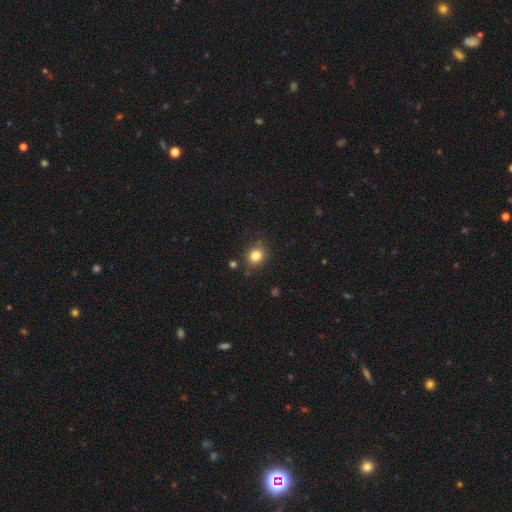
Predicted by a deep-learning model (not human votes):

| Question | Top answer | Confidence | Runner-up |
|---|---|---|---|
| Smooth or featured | smooth | 82% | star or artifact (11%) |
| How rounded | round | 72% | in between (27%) |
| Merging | none | 83% | minor disturbance (11%) |